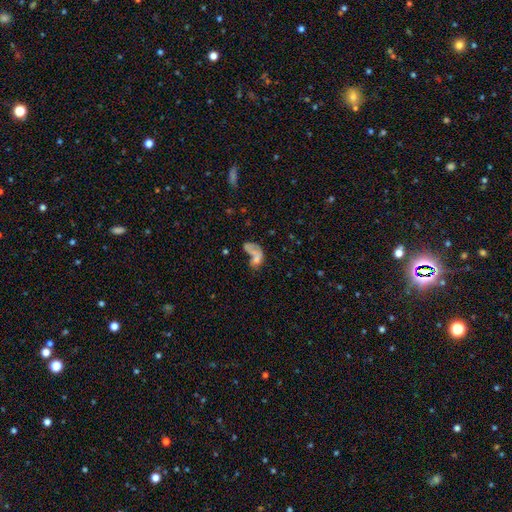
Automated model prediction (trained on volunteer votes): Smooth or featured? smooth (56%)
How rounded? in between (82%)
Merging? merger (43%)